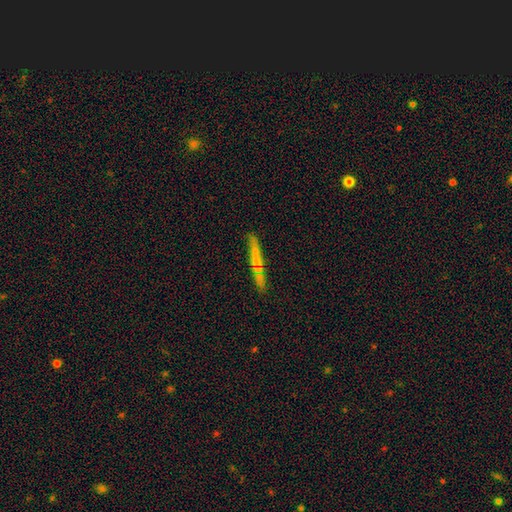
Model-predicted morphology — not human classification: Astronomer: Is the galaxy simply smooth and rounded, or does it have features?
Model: smooth — 47% (runner-up: featured or disk, 42%).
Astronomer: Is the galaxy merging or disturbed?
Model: none — 77%.